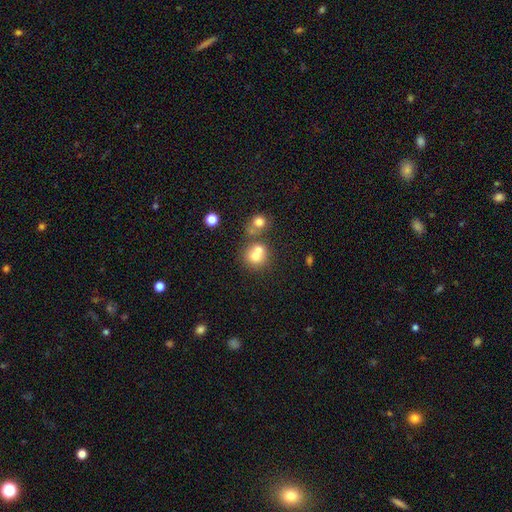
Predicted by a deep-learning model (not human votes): smooth-or-featured: smooth: 70% | featured or disk: 17% | star or artifact: 13%
  how-rounded: round: 84% | in between: 15% | cigar-shaped: 1%
  merging: merger: 48% | none: 40% | minor disturbance: 8% | major disturbance: 4%